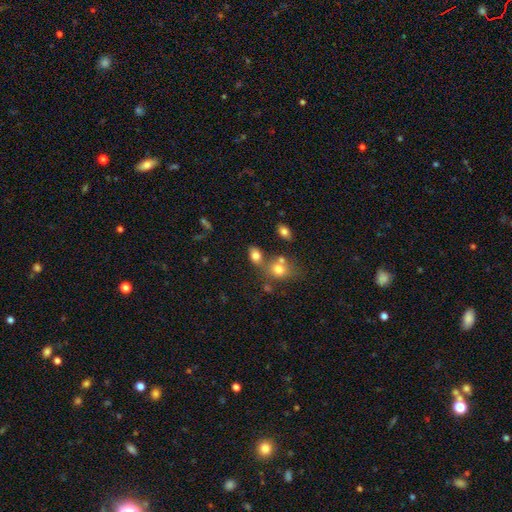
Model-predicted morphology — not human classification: Smooth or featured?
  - smooth: 76% *
  - star or artifact: 13%
  - featured or disk: 11%
How rounded?
  - in between: 72% *
  - round: 26%
  - cigar-shaped: 2%
Merging?
  - none: 53% *
  - merger: 27%
  - minor disturbance: 14%
  - major disturbance: 6%